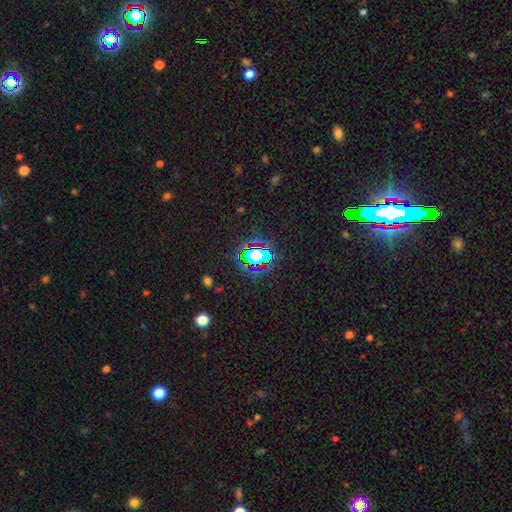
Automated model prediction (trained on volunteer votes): This appears to be a star or artifact, not a galaxy (68%).